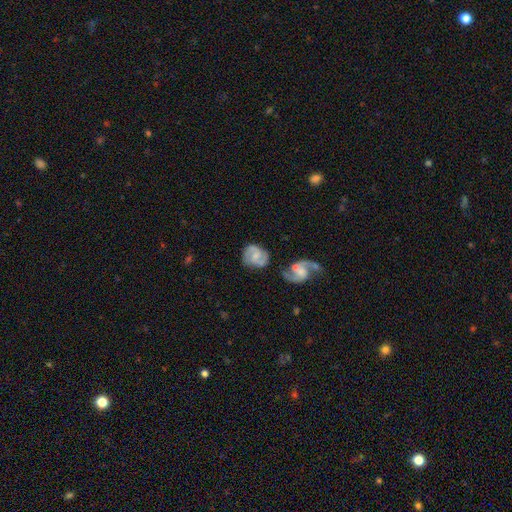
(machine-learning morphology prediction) A featured or disk galaxy (75%) with no bar (47%), 2 (86%) medium (53%) spiral arms (94%) and a small central bulge (47%). Merging: none (64%).